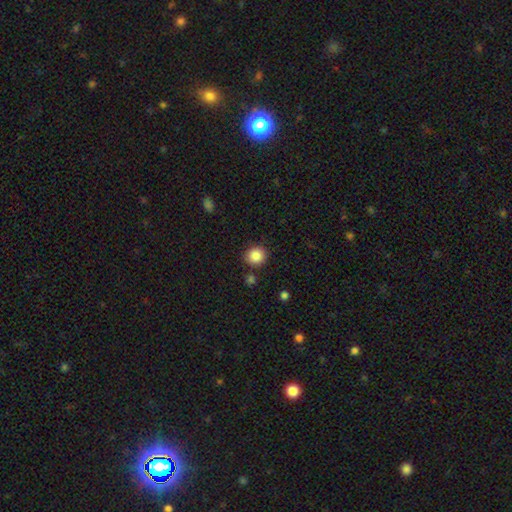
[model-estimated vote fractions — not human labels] Smooth or featured: smooth — 86% (star or artifact — 10%)
How rounded: round — 87% (in between — 12%)
Merging: none — 85% (minor disturbance — 8%)